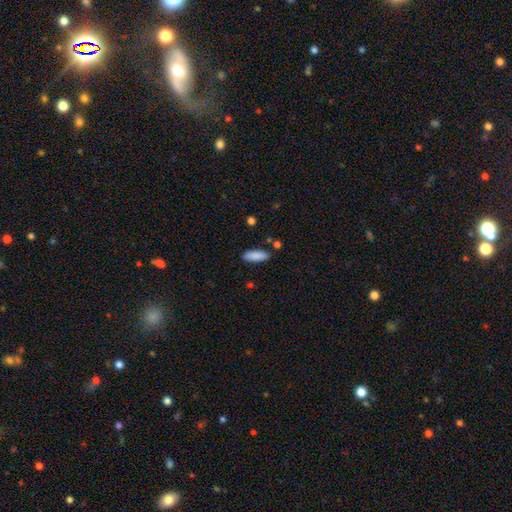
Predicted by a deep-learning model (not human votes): A smooth galaxy with no disk features (88%) that is in between round and cigar-shaped (67%). Merging: none (85%).